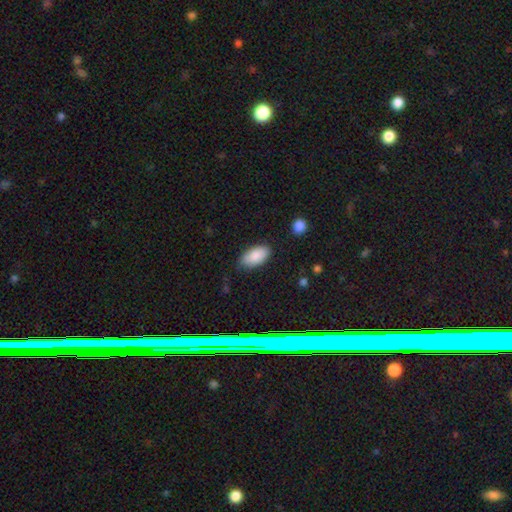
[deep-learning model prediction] Smooth or featured? Predicted: smooth (p=0.86). How rounded? Predicted: in between (p=0.94). Merging? Predicted: none (p=0.79).